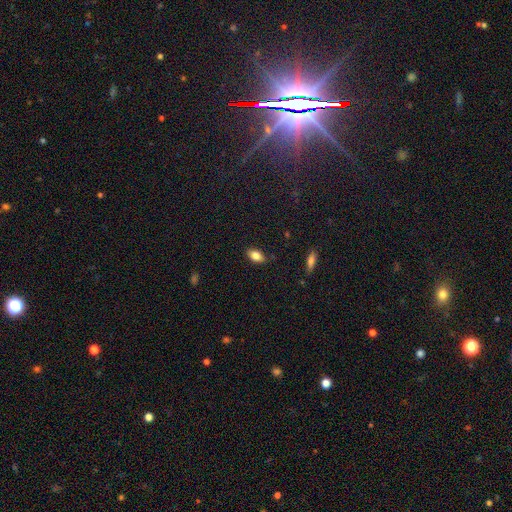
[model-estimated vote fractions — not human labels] Overall: smooth (80%). How rounded: in between (89%). Merging: none (82%).